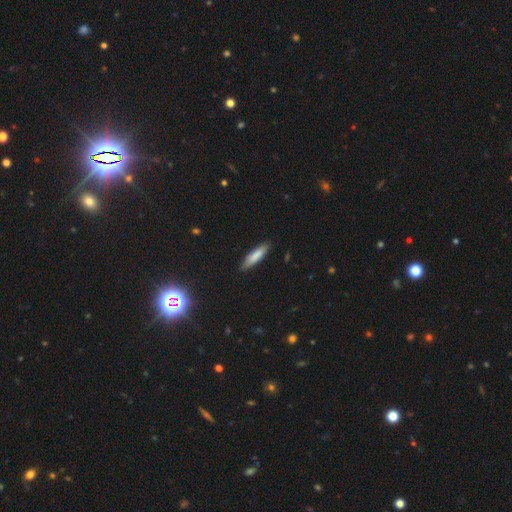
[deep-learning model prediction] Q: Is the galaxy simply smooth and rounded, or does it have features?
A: smooth — 80%.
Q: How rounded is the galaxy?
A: cigar-shaped — 74%.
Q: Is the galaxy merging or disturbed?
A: none — 86%.